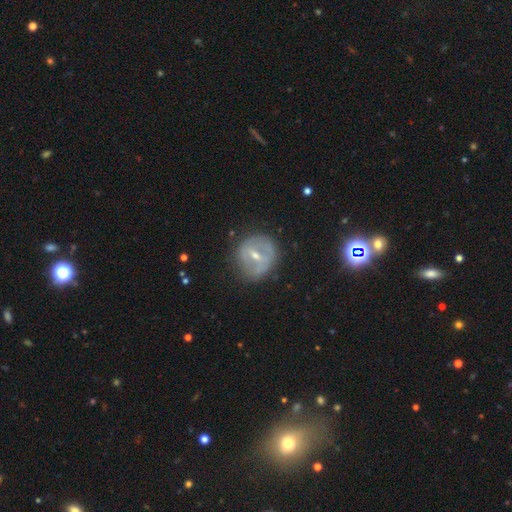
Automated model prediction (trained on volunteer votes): Overall: featured or disk (65%). Edge-on disk: no (94%). Bar: weak (42%; strong 40%). Spiral arms: no (54%; yes 46%). Bulge size: small (51%; moderate 45%). Merging: none (73%).